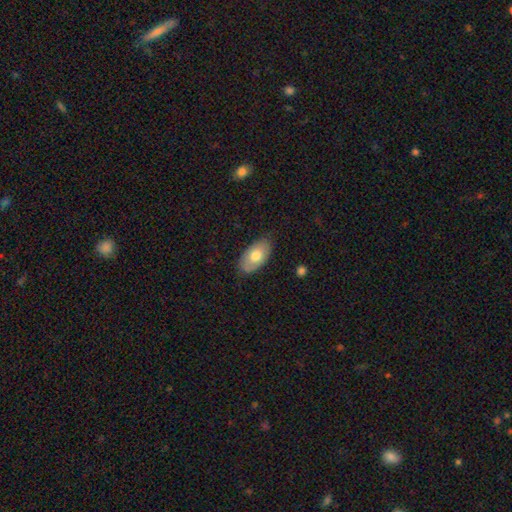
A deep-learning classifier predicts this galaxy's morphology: type=smooth (68%); roundness=in between (94%); merging=none (79%).